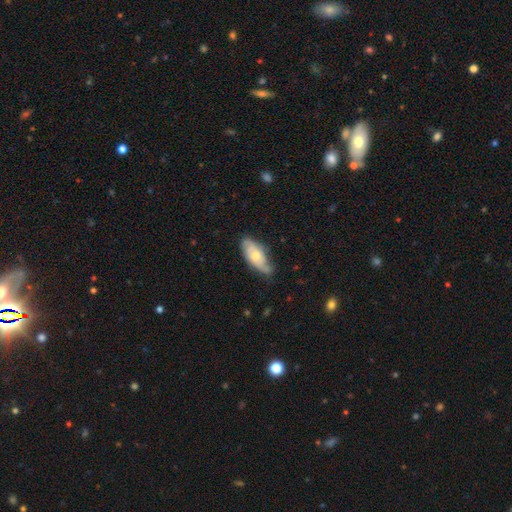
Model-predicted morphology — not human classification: A featured or disk galaxy (54%).

Vote fractions:
- Smooth or featured? featured or disk: 54% / smooth: 40% / star or artifact: 6%
- Edge-on disk? no: 85% / yes: 15%
- Merging? none: 61% / minor disturbance: 30% / major disturbance: 7% / merger: 2%